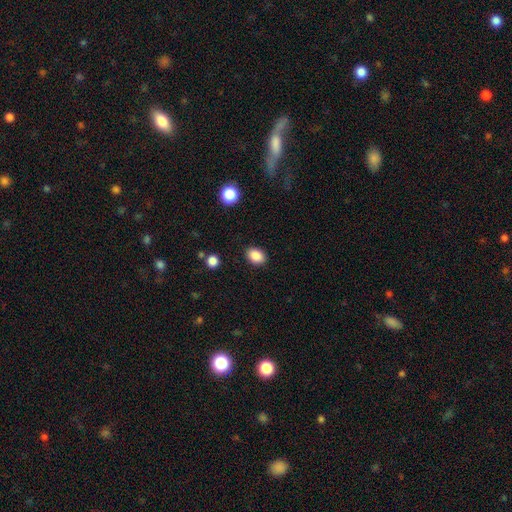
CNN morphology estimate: Smooth or featured: smooth — 88% (star or artifact — 9%)
How rounded: in between — 75% (round — 23%)
Merging: none — 88% (minor disturbance — 8%)